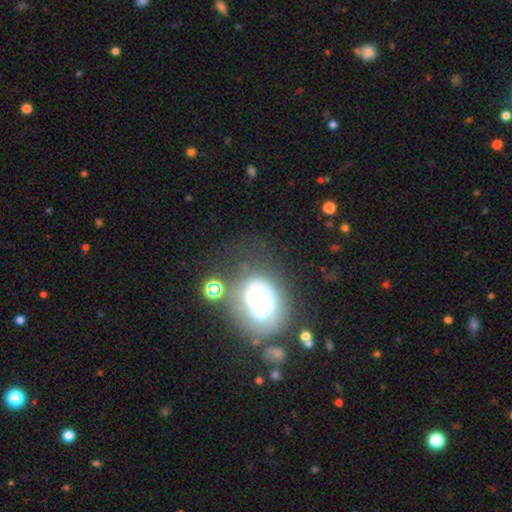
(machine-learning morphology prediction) type=featured or disk (43%); merging=none (59%).